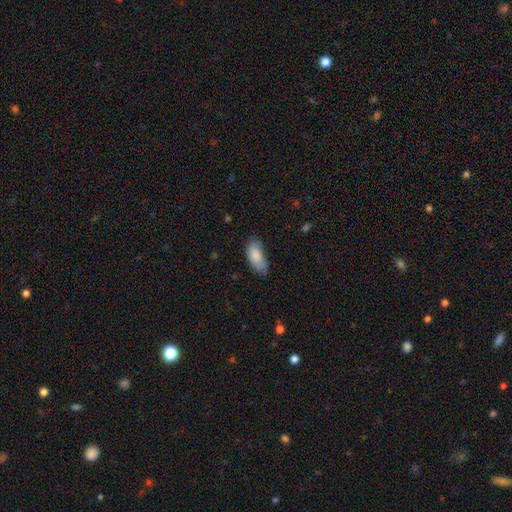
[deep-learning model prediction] Morphology: type=smooth (83%); roundness=in between (88%); merging=none (58%).